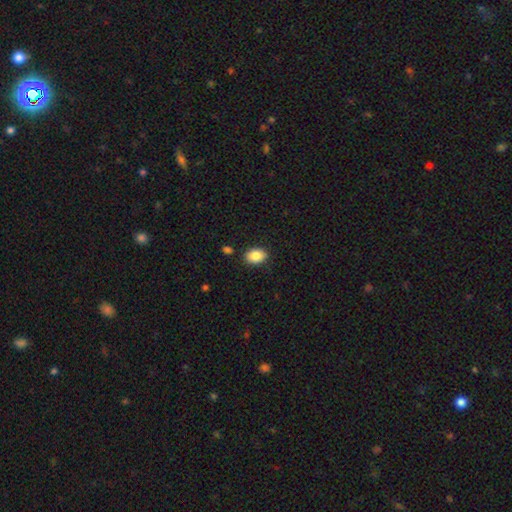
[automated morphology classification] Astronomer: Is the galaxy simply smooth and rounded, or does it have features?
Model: smooth — 86%.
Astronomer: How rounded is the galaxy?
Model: in between — 79%.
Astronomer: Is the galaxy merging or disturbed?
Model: none — 86%.